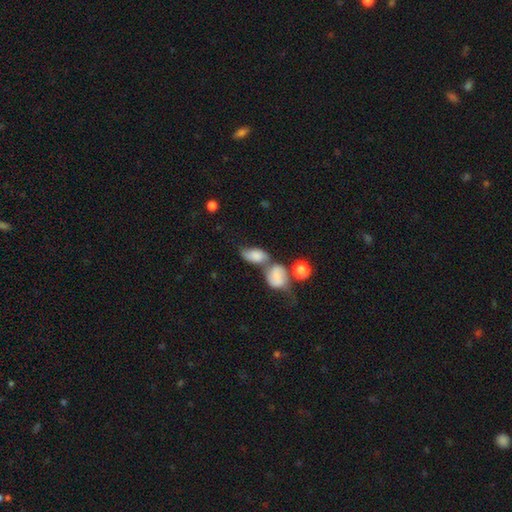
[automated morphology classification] A smooth galaxy with no disk features (72%) that is in between round and cigar-shaped (85%).

Vote fractions:
- Smooth or featured? smooth: 72% / featured or disk: 20% / star or artifact: 8%
- How rounded? in between: 85% / round: 11% / cigar-shaped: 4%
- Merging? merger: 52% / none: 26% / minor disturbance: 14% / major disturbance: 8%